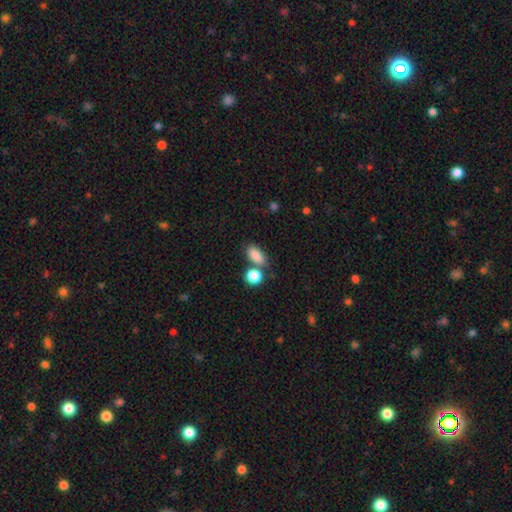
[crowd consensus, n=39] This is clearly a smooth galaxy (90%). How rounded: clearly in between (86%). Merging: marginally none (44%).